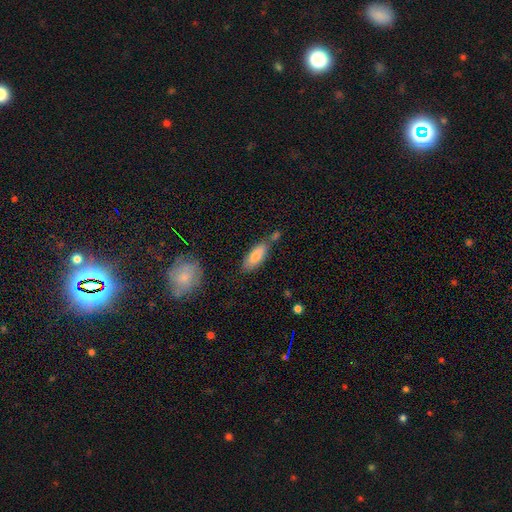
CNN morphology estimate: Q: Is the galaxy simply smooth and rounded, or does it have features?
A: smooth — 82%.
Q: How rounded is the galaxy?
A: in between — 73%.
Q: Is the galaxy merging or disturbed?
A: none — 65%.